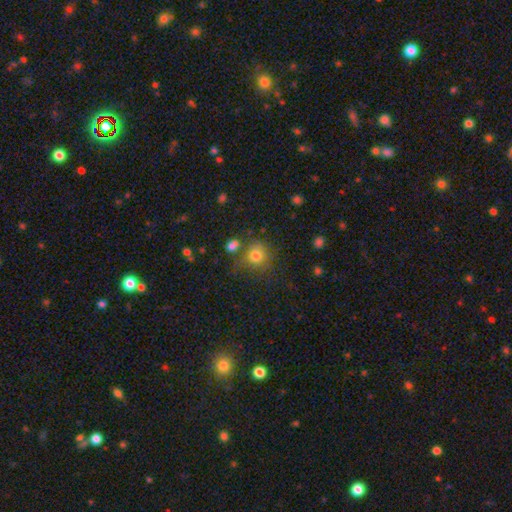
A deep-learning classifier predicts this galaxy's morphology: The model was most divided on "merging": none: 61%, minor disturbance: 18%, merger: 12%, major disturbance: 9%. More confident: how rounded — round (83%); smooth or featured — smooth (77%).